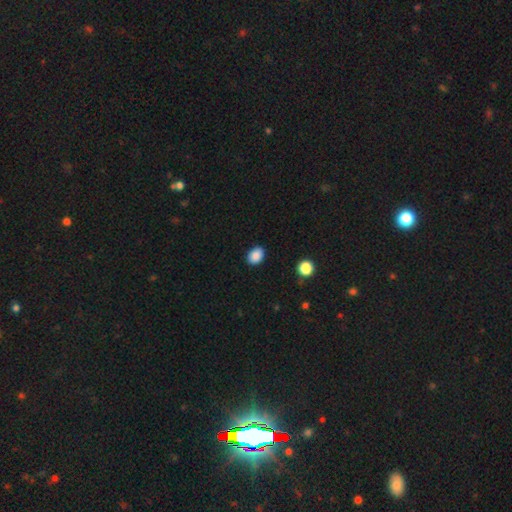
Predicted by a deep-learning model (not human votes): Overall: smooth (88%). How rounded: in between (72%). Merging: none (88%).